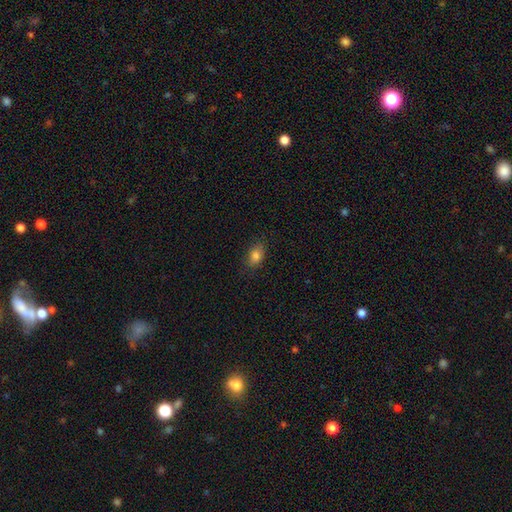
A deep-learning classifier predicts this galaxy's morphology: A smooth galaxy with no disk features (83%) that is in between round and cigar-shaped (82%). Merging: none (84%).